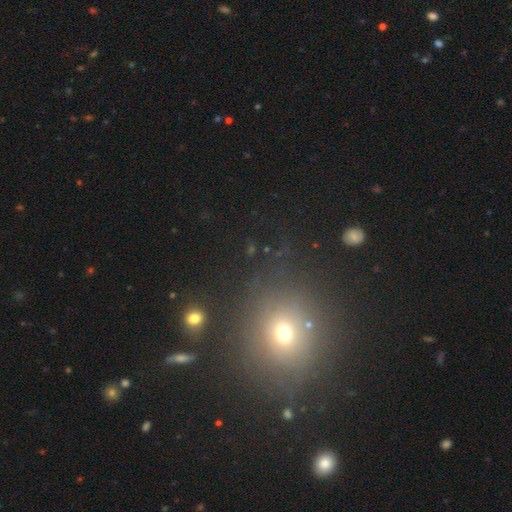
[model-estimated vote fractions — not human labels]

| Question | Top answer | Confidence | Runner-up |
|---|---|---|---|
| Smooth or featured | smooth | 49% | star or artifact (42%) |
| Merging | none | 87% | minor disturbance (7%) |